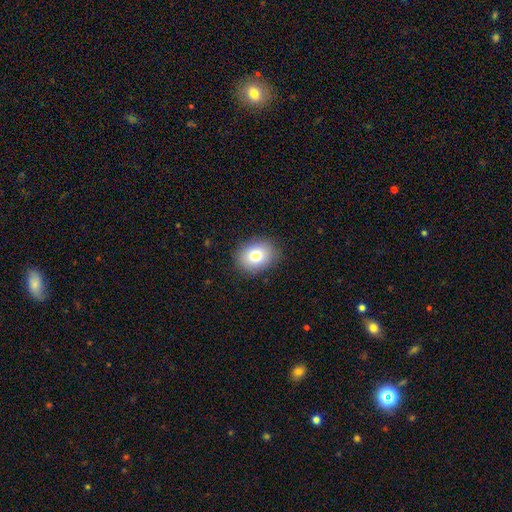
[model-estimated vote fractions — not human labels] A smooth galaxy with no disk features (78%) that is in between round and cigar-shaped (60%). Merging: none (86%).